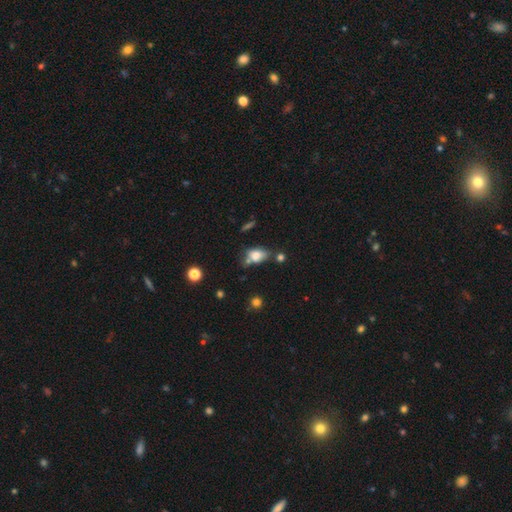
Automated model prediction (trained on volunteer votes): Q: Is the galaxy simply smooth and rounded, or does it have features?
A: smooth — 76%.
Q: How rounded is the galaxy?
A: in between — 81%.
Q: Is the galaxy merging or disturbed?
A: none — 49%.